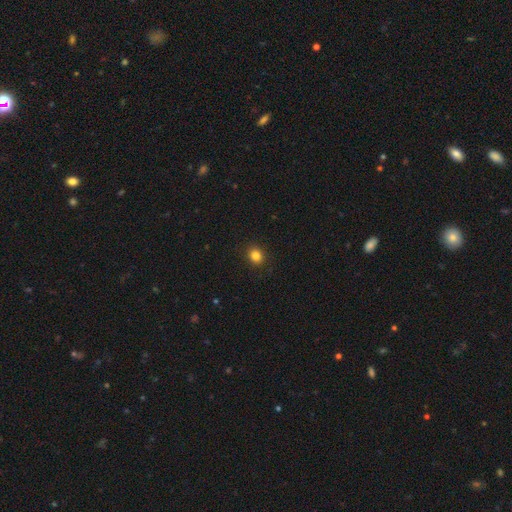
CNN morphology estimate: Smooth or featured? smooth (84%)
How rounded? round (76%)
Merging? none (91%)